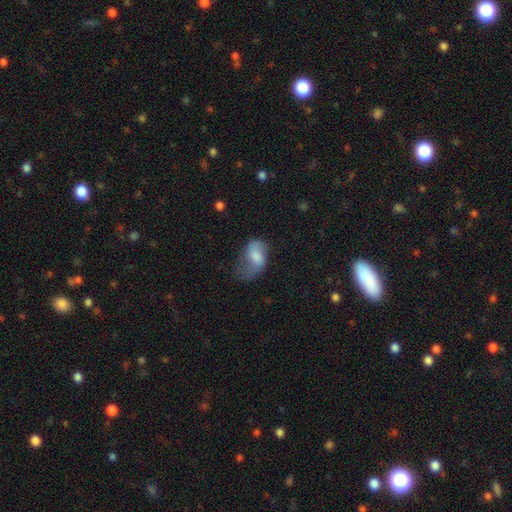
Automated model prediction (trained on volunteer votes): A smooth galaxy with no disk features (58%) that is in between round and cigar-shaped (88%). Merging: major disturbance (43%).